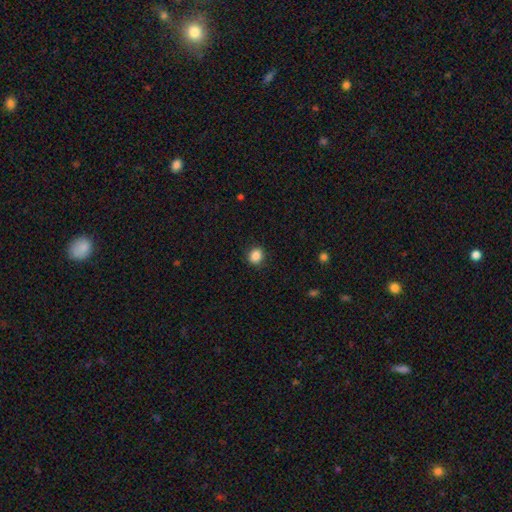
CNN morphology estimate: smooth 87%, star or artifact 10%, featured or disk 3%. Down the decision tree: how rounded — round (67%); merging — none (88%).